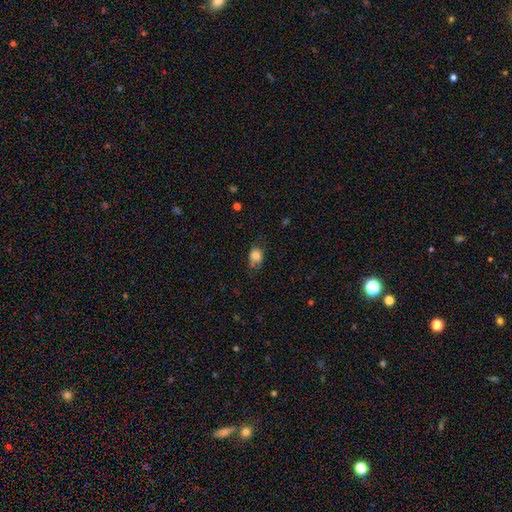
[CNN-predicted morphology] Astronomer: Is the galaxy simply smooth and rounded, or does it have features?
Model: smooth — 78%.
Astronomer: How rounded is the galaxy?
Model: in between — 68%.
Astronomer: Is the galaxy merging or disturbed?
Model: none — 46% (runner-up: minor disturbance, 36%).